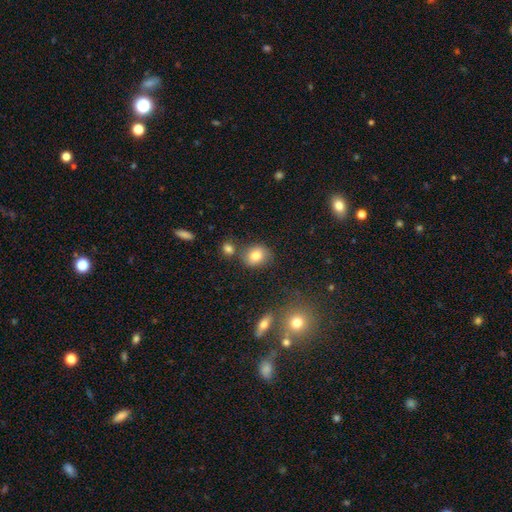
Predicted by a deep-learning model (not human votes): Smooth or featured?
  - smooth: 80% *
  - featured or disk: 10%
  - star or artifact: 10%
How rounded?
  - round: 57% *
  - in between: 42%
  - cigar-shaped: 1%
Merging?
  - none: 71% *
  - minor disturbance: 14%
  - merger: 11%
  - major disturbance: 4%